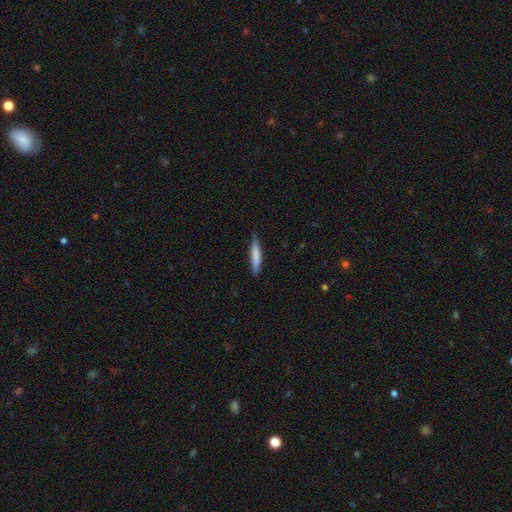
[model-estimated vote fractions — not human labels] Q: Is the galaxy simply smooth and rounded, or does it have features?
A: smooth — 73%.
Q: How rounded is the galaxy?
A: cigar-shaped — 90%.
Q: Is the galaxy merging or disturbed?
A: none — 84%.